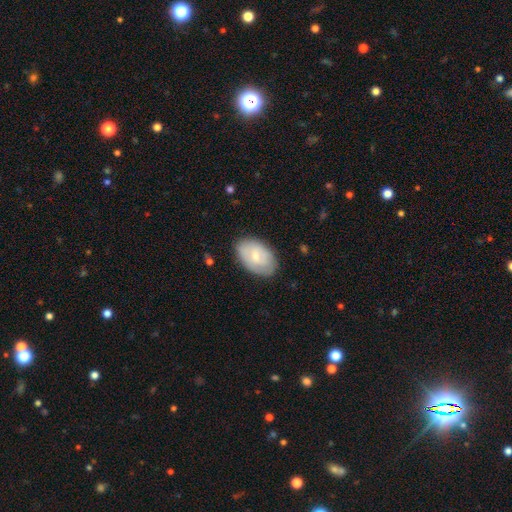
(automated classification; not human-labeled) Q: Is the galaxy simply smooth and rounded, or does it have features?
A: smooth — 65%.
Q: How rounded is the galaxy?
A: in between — 90%.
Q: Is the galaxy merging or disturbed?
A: none — 80%.